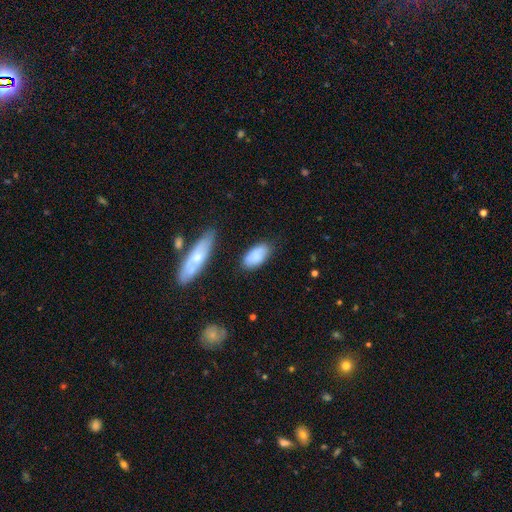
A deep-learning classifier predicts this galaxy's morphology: Smooth or featured? smooth (82%)
How rounded? in between (92%)
Merging? none (73%)